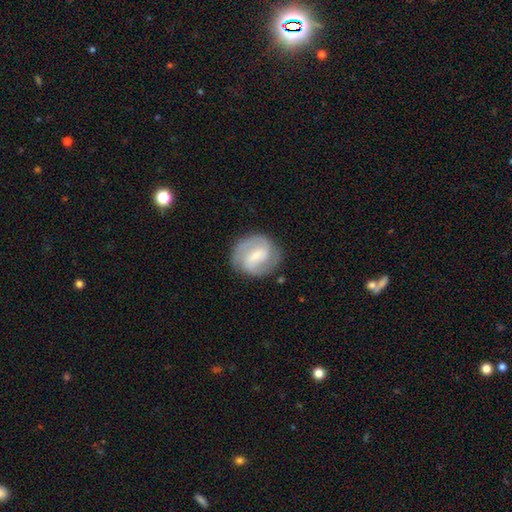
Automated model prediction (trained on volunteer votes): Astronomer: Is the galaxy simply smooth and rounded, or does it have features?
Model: featured or disk — 78%.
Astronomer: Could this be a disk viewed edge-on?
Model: no — 98%.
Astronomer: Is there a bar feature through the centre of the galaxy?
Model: weak — 48% (runner-up: strong, 34%).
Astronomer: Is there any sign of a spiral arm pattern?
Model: yes — 92%.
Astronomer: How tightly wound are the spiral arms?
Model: medium — 47% (runner-up: tight, 39%).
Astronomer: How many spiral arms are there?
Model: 2 — 82%.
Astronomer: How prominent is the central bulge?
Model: small — 62%.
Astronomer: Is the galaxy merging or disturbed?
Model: none — 80%.